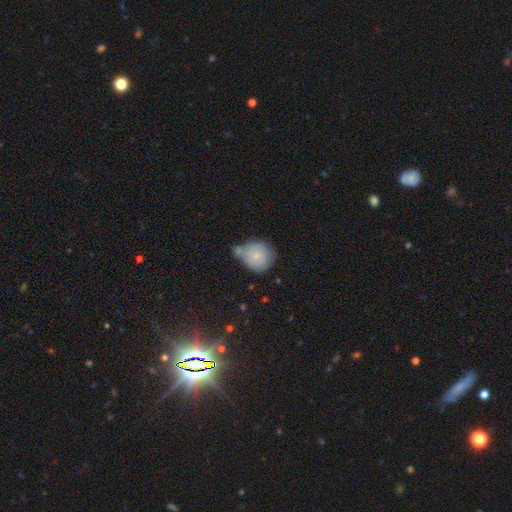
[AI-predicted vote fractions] Morphology: type=smooth (82%); roundness=round (77%); merging=none (42%).